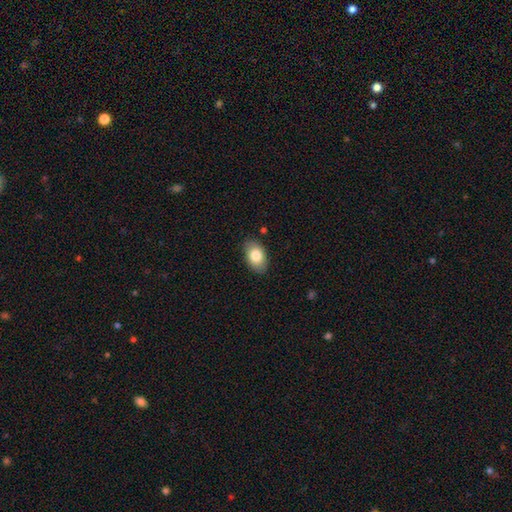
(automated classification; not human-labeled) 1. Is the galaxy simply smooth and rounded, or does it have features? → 81% smooth, 13% featured or disk, 7% star or artifact.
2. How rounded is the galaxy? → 91% in between, 7% round, 1% cigar-shaped.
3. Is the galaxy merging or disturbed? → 85% none, 11% minor disturbance, 2% major disturbance, 1% merger.